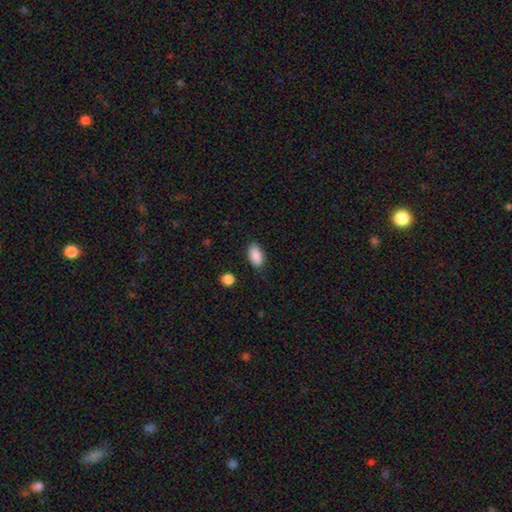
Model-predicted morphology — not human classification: Smooth or featured? Predicted: smooth (p=0.90). How rounded? Predicted: in between (p=0.92). Merging? Predicted: none (p=0.84).